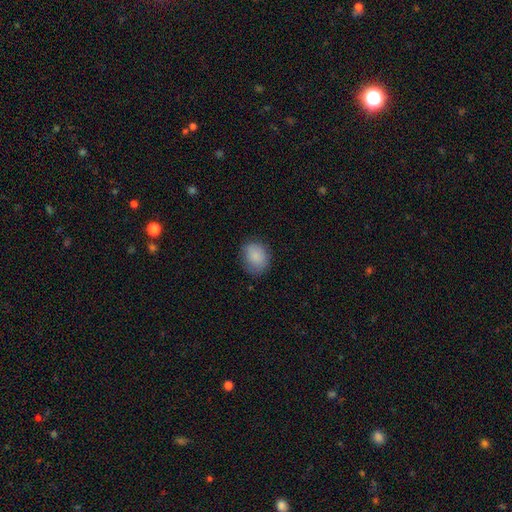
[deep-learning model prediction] Q: Smooth or featured?
A: smooth (86%); runner-up: star or artifact (7%)
Q: How rounded?
A: round (57%); runner-up: in between (42%)
Q: Merging?
A: none (73%); runner-up: minor disturbance (21%)